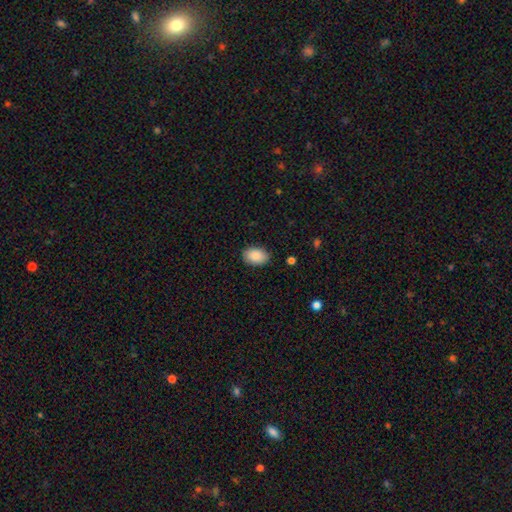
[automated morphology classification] This is clearly a smooth galaxy (88%). How rounded: clearly in between (87%). Merging: clearly none (86%).